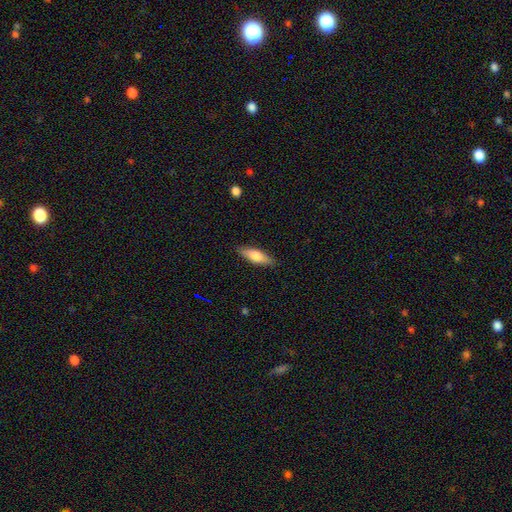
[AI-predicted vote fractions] Smooth or featured? smooth (68%)
How rounded? in between (52%)
Merging? none (88%)